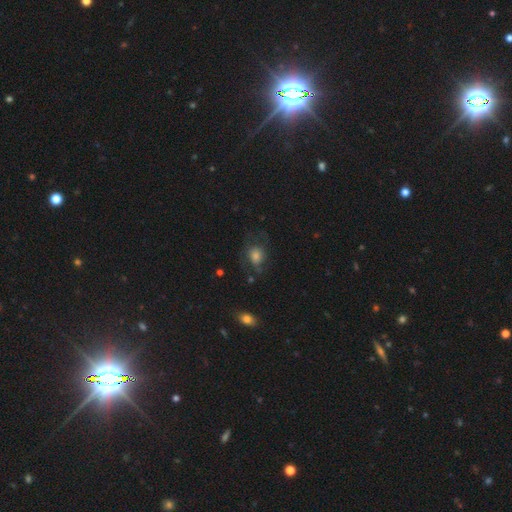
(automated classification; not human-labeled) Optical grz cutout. It shows a smooth galaxy with no disk features (47%). Merging: none (55%).